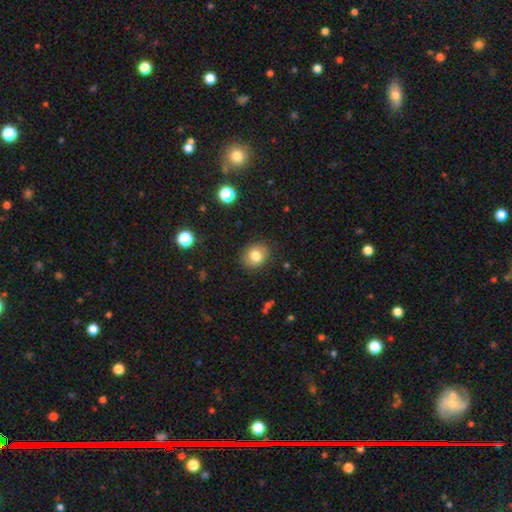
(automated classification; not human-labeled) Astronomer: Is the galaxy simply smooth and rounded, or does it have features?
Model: smooth — 79%.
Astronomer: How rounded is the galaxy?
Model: round — 69%.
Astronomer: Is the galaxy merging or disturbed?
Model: none — 86%.